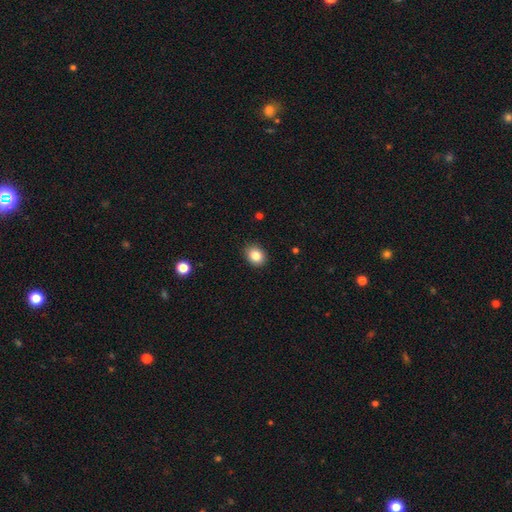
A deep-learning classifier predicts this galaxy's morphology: Smooth or featured? smooth (85%)
How rounded? round (52%)
Merging? none (89%)